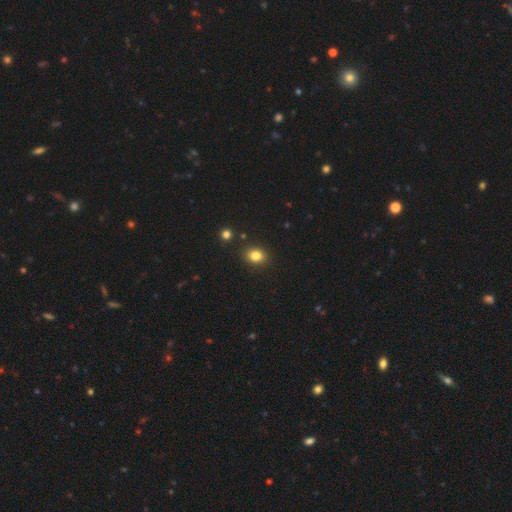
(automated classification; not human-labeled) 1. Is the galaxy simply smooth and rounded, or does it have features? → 82% smooth, 12% star or artifact, 6% featured or disk.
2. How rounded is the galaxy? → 51% in between, 48% round, 1% cigar-shaped.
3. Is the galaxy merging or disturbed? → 86% none, 9% minor disturbance, 3% merger, 2% major disturbance.